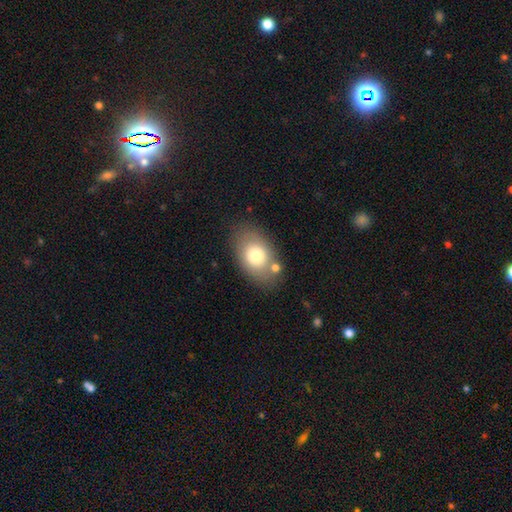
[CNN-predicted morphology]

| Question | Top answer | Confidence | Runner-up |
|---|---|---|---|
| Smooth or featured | smooth | 75% | featured or disk (18%) |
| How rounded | in between | 85% | round (14%) |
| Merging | none | 74% | minor disturbance (14%) |